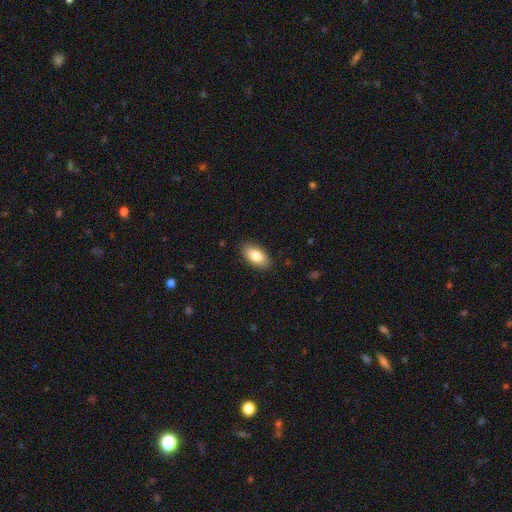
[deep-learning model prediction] Smooth or featured?
  - smooth: 82% *
  - featured or disk: 11%
  - star or artifact: 7%
How rounded?
  - in between: 93% *
  - round: 4%
  - cigar-shaped: 3%
Merging?
  - none: 88% *
  - minor disturbance: 9%
  - major disturbance: 2%
  - merger: 1%